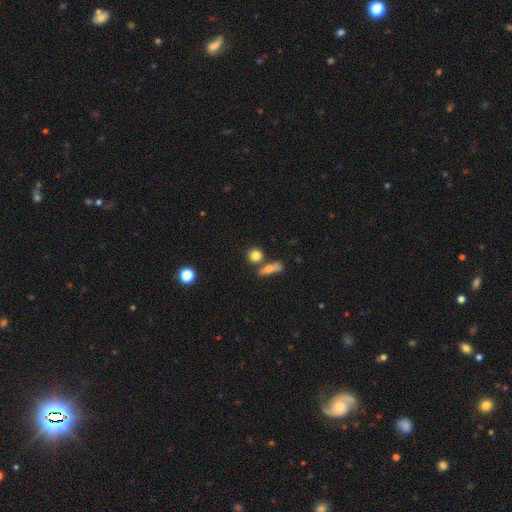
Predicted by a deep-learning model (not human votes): A smooth galaxy with no disk features (80%) that is round (79%).

Vote fractions:
- Smooth or featured? smooth: 80% / star or artifact: 10% / featured or disk: 10%
- How rounded? round: 79% / in between: 16% / cigar-shaped: 4%
- Merging? none: 64% / merger: 23% / minor disturbance: 10% / major disturbance: 4%